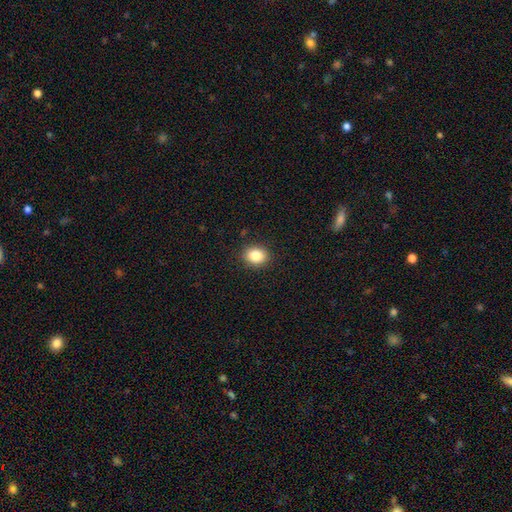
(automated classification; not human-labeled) Smooth or featured: smooth — 84% (star or artifact — 10%)
How rounded: round — 55% (in between — 44%)
Merging: none — 90% (minor disturbance — 7%)